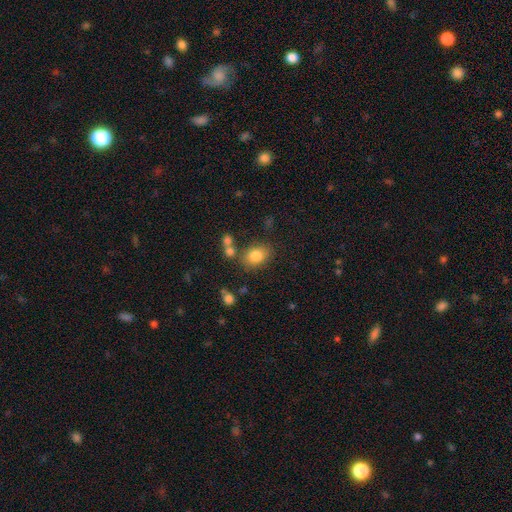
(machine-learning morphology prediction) This is clearly a smooth galaxy (81%). How rounded: likely in between (68%). Merging: likely none (74%).